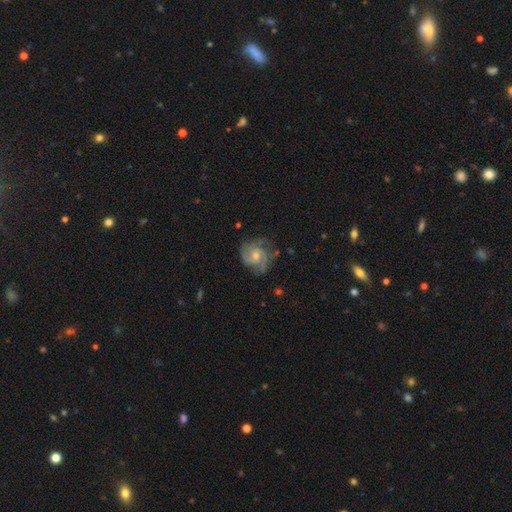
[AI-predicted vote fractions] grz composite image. It shows a featured or disk galaxy (82%) with no bar (65%), 3 (41%) tight (46%) spiral arms (96%) and a moderate central bulge (50%). Merging: none (74%).